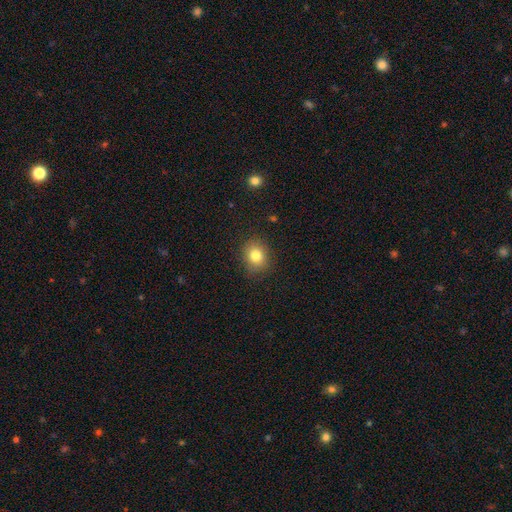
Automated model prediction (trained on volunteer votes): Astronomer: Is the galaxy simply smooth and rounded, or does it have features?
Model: smooth — 80%.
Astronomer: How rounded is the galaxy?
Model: round — 70%.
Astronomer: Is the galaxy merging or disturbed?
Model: none — 86%.